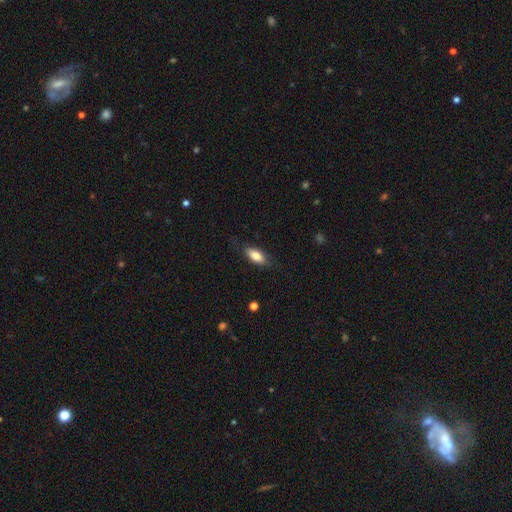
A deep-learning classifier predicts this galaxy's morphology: smooth 78%, featured or disk 15%, star or artifact 6%. Down the decision tree: how rounded — in between (83%); merging — none (78%).